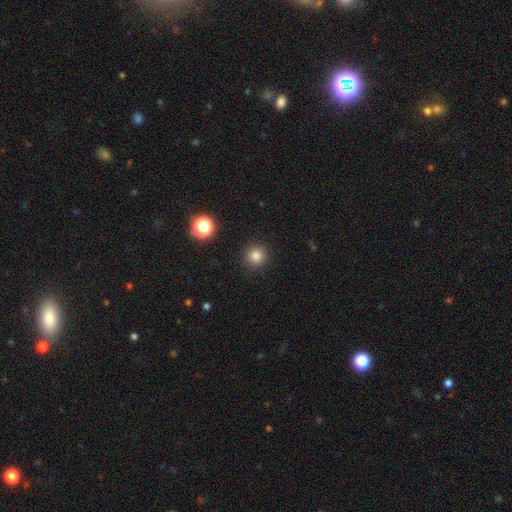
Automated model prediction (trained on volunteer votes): Smooth or featured? smooth (82%)
How rounded? round (95%)
Merging? none (91%)